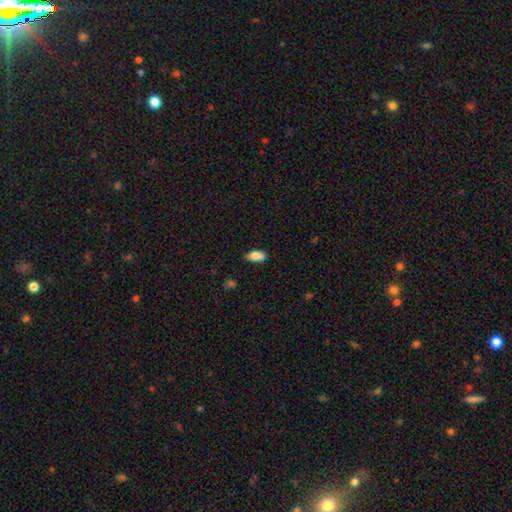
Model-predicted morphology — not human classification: Q: Smooth or featured?
A: smooth (79%); runner-up: featured or disk (13%)
Q: How rounded?
A: in between (89%); runner-up: cigar-shaped (7%)
Q: Merging?
A: none (61%); runner-up: minor disturbance (23%)